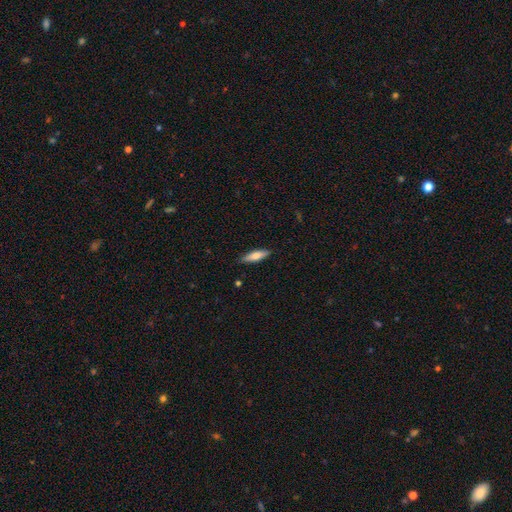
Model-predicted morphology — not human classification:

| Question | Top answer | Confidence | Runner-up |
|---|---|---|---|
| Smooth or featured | smooth | 69% | featured or disk (25%) |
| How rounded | cigar-shaped | 61% | in between (37%) |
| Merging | none | 87% | minor disturbance (10%) |